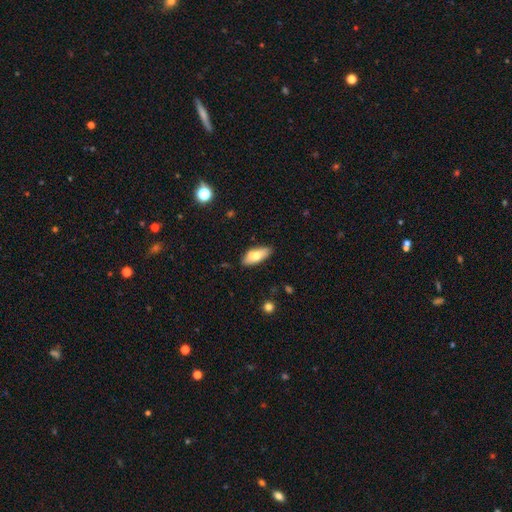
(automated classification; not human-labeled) The model was most divided on "smooth or featured": smooth: 70%, featured or disk: 23%, star or artifact: 7%. More confident: how rounded — in between (82%); merging — none (79%).